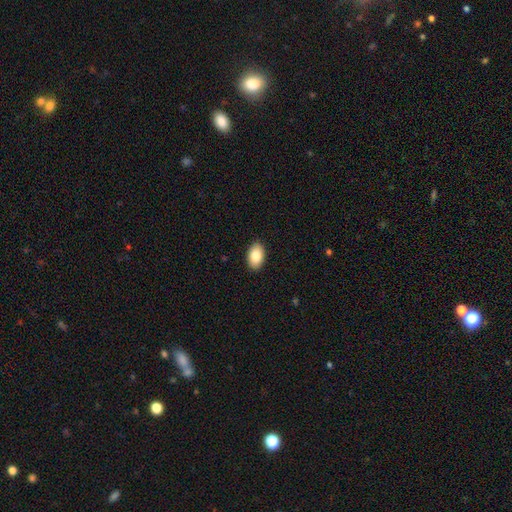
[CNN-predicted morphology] Smooth or featured?
  - smooth: 85% *
  - featured or disk: 8%
  - star or artifact: 7%
How rounded?
  - in between: 92% *
  - round: 7%
  - cigar-shaped: 1%
Merging?
  - none: 90% *
  - minor disturbance: 7%
  - major disturbance: 2%
  - merger: 1%